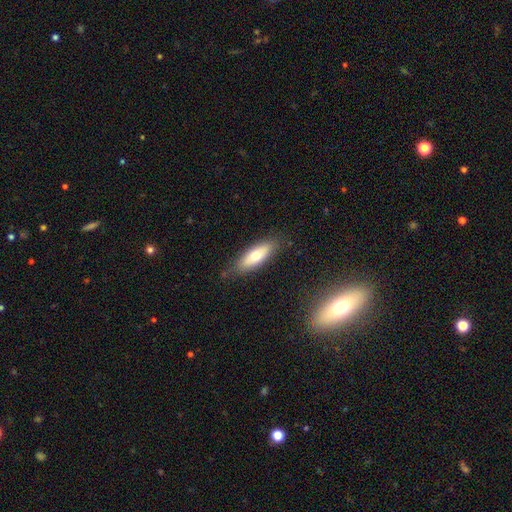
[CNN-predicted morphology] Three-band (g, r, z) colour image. It shows a smooth galaxy with no disk features (65%) that is in between round and cigar-shaped (63%). Merging: none (81%).